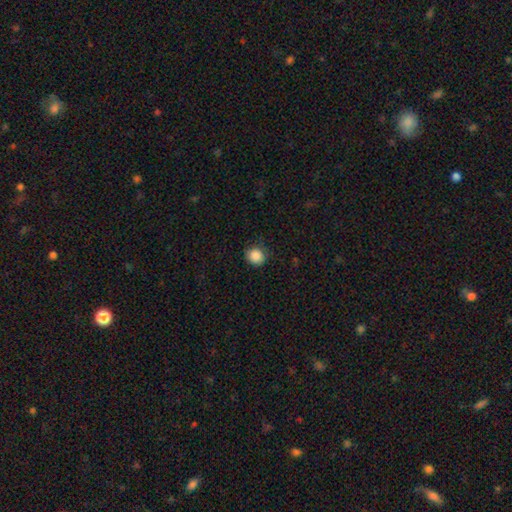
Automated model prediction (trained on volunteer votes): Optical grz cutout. It shows a smooth galaxy with no disk features (88%) that is round (87%). Merging: none (85%).